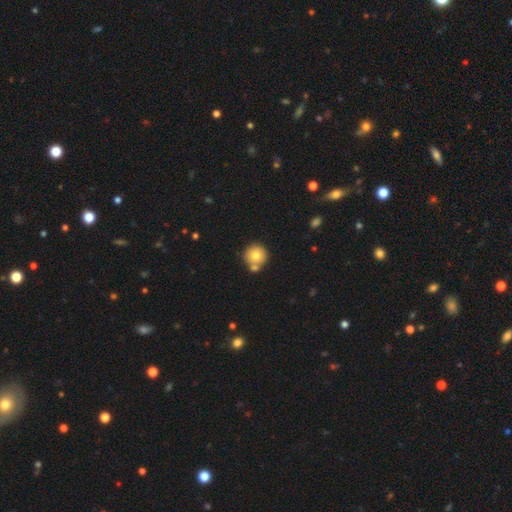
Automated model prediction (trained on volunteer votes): Morphology: type=smooth (78%); roundness=round (94%); merging=none (64%).